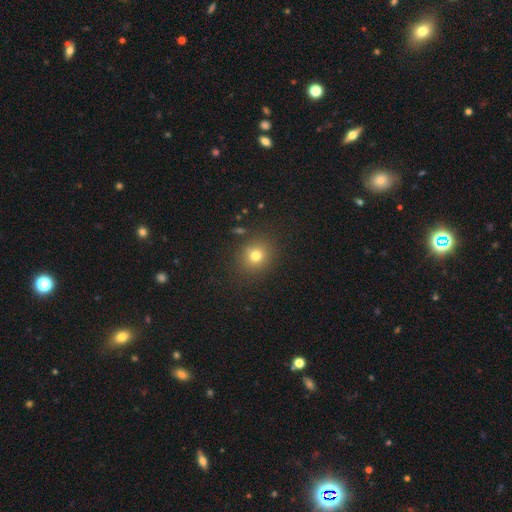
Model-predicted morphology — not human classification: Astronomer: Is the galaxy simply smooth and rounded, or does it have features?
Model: smooth — 76%.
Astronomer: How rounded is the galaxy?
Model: round — 83%.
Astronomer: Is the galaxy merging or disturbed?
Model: none — 86%.